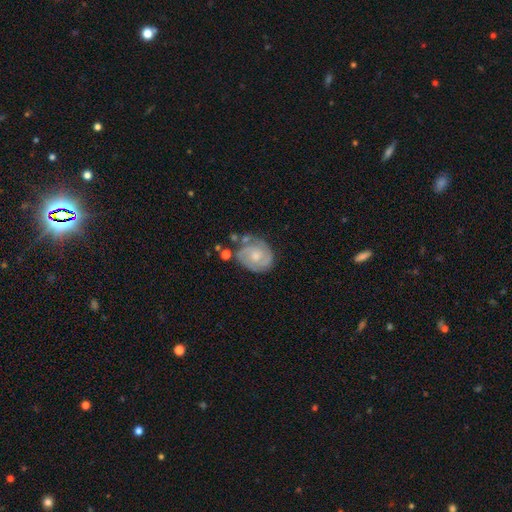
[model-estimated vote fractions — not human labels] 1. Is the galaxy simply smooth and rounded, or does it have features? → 76% featured or disk, 18% smooth, 6% star or artifact.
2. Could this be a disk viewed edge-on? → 98% no, 2% yes.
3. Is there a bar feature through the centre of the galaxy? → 72% no, 24% weak, 4% strong.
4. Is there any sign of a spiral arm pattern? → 92% yes, 8% no.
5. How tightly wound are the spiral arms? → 61% tight, 31% medium, 8% loose.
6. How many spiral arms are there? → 61% 2, 17% can't tell, 11% 3, 6% 1, 2% 4, 2% more than 4.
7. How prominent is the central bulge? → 49% moderate, 42% small, 5% none, 4% large, 1% dominant.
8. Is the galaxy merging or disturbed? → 61% none, 22% minor disturbance, 8% merger, 8% major disturbance.